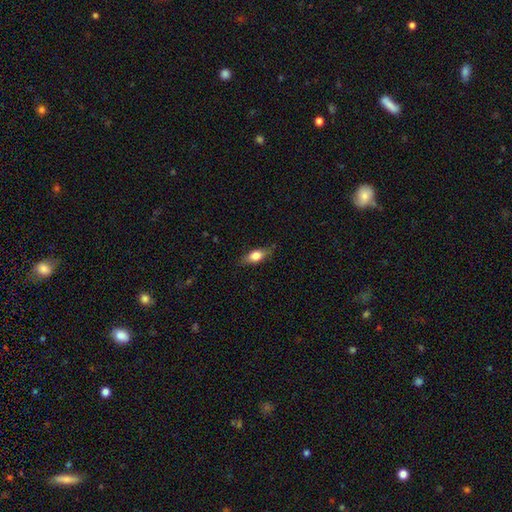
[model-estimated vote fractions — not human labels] The model was most divided on "smooth or featured": smooth: 67%, featured or disk: 26%, star or artifact: 7%. More confident: merging — none (76%); how rounded — in between (74%).